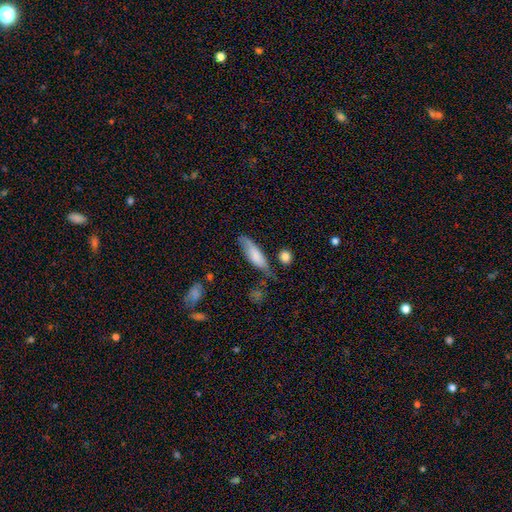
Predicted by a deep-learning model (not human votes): Overall: smooth (75%). How rounded: cigar-shaped (49%; in between 48%). Merging: none (53%; minor disturbance 31%).